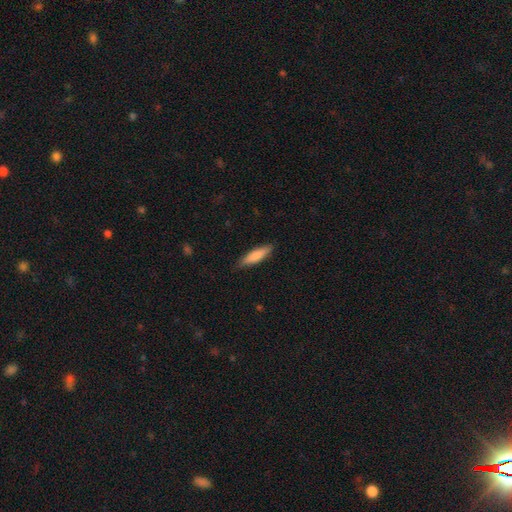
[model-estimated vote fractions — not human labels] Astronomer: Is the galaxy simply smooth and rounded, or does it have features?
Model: smooth — 82%.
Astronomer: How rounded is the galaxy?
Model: cigar-shaped — 68%.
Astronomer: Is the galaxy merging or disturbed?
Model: none — 85%.